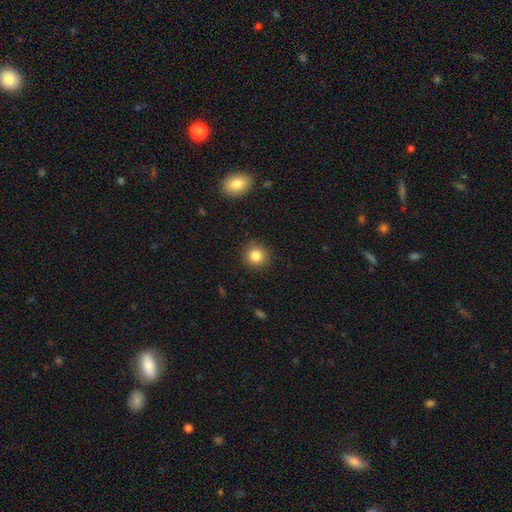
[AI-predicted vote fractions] smooth_or_featured: smooth (p=0.84) [alt: star or artifact p=0.11]
how_rounded: round (p=0.91) [alt: in between p=0.08]
merging: none (p=0.90) [alt: minor disturbance p=0.07]